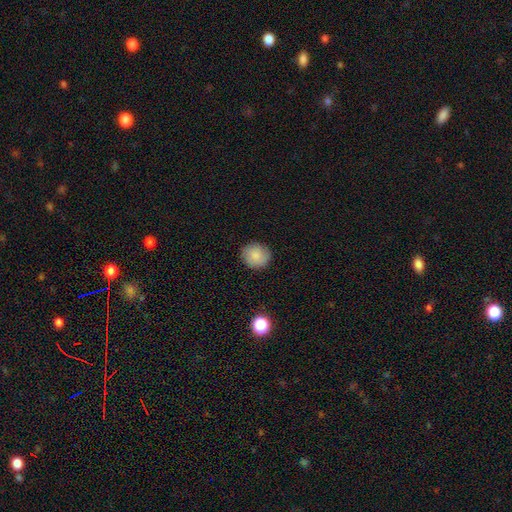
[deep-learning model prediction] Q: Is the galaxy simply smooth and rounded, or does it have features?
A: smooth — 81%.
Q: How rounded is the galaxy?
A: round — 86%.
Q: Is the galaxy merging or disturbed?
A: none — 87%.